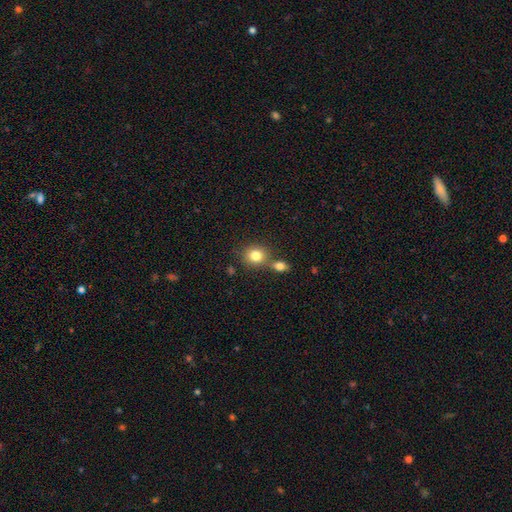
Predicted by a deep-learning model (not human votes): Smooth or featured: smooth — 82% (star or artifact — 10%)
How rounded: round — 78% (in between — 21%)
Merging: none — 57% (merger — 31%)